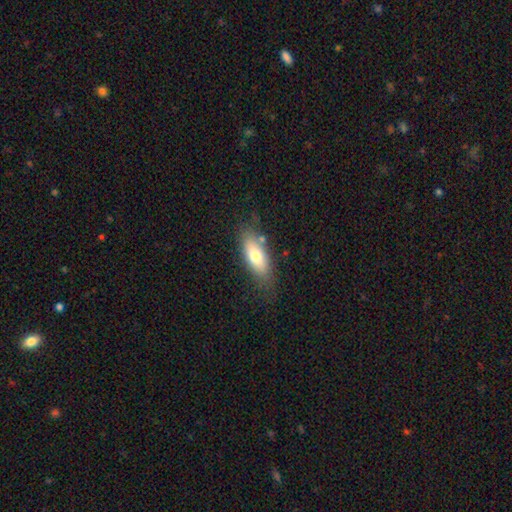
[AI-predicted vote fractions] smooth-or-featured: smooth: 71% | featured or disk: 21% | star or artifact: 7%
  how-rounded: in between: 75% | cigar-shaped: 22% | round: 3%
  merging: none: 72% | minor disturbance: 18% | major disturbance: 6% | merger: 4%